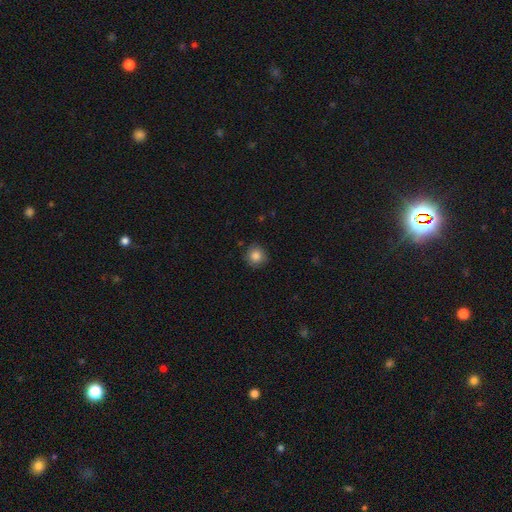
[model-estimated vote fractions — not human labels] smooth 85%, star or artifact 9%, featured or disk 6%. Down the decision tree: how rounded — round (92%); merging — none (86%).